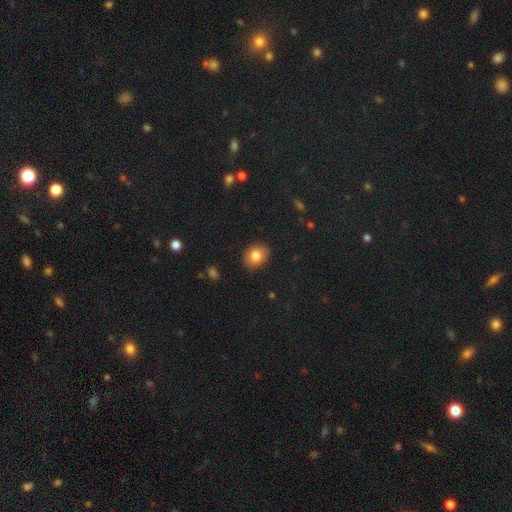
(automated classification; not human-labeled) A smooth galaxy with no disk features (81%) that is round (51%). Merging: none (85%).